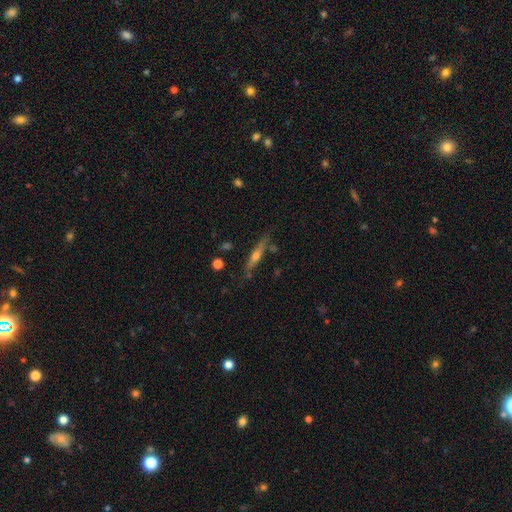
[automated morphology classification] A featured or disk galaxy (65%) viewed edge-on (94%) with a rounded central bulge (86%). Merging: none (79%).